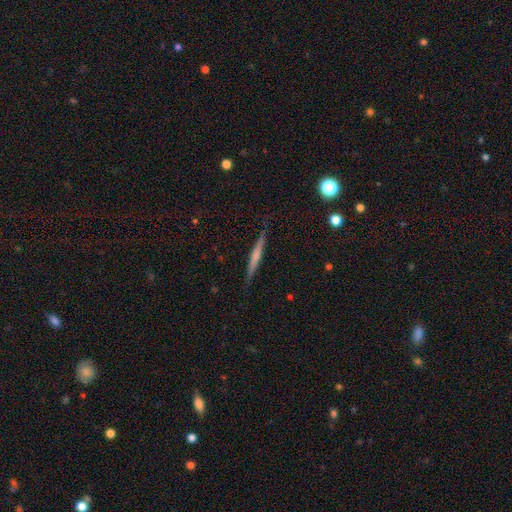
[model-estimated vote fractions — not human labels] The model was most divided on "smooth or featured": featured or disk: 52%, smooth: 41%, star or artifact: 7%. More confident: edge-on disk — yes (97%); merging — none (89%); edge-on bulge — none (51%).